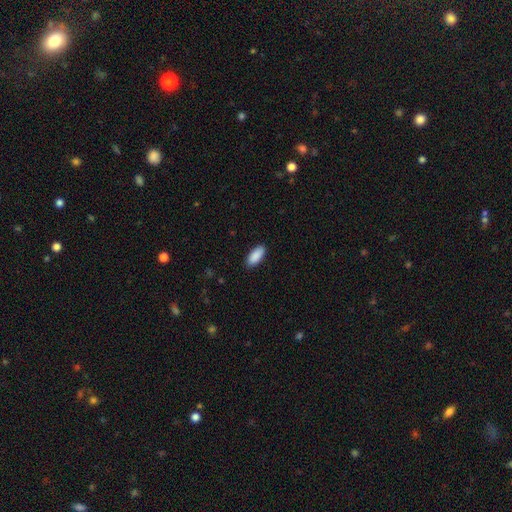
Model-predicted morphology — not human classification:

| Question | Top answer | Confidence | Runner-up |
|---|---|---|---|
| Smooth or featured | smooth | 91% | star or artifact (6%) |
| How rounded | in between | 87% | cigar-shaped (11%) |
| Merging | none | 90% | minor disturbance (8%) |